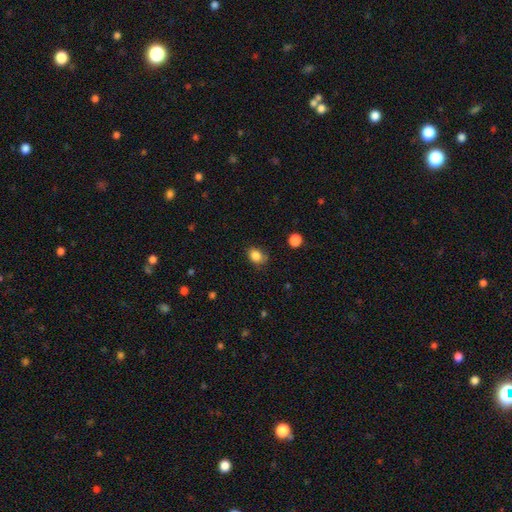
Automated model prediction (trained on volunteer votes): This is clearly a smooth galaxy (84%). How rounded: possibly in between (52%). Merging: likely none (70%).